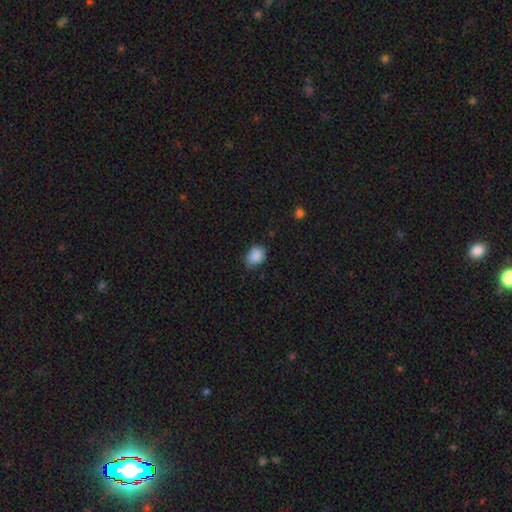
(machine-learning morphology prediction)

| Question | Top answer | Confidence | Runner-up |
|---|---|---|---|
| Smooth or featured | smooth | 87% | star or artifact (8%) |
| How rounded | in between | 65% | round (34%) |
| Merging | none | 65% | minor disturbance (28%) |